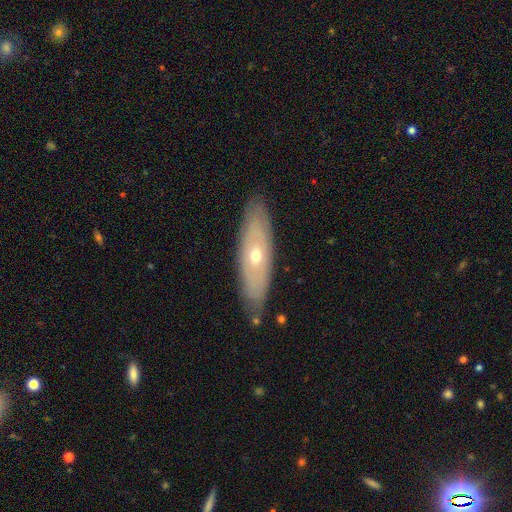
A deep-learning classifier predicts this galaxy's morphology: featured or disk 58%, smooth 35%, star or artifact 7%. Down the decision tree: edge-on disk — no (63%); merging — none (83%).